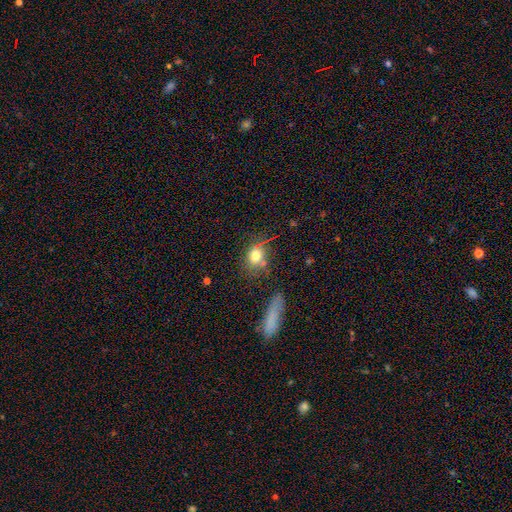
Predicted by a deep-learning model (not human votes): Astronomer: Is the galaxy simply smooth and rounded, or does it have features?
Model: smooth — 73%.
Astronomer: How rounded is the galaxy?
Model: round — 50% (runner-up: in between, 46%).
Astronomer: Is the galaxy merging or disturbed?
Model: none — 63%.